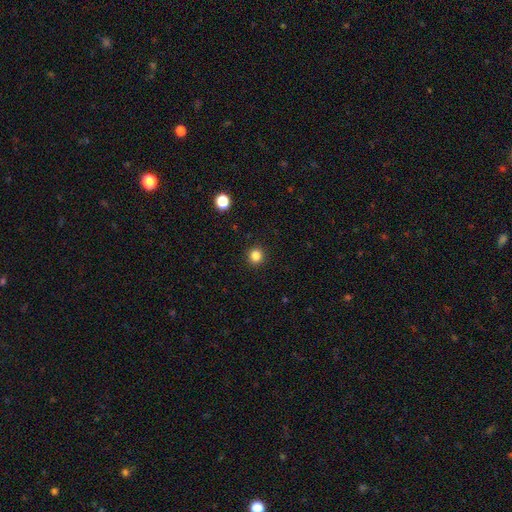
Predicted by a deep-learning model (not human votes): Smooth or featured? smooth (84%)
How rounded? round (93%)
Merging? none (93%)